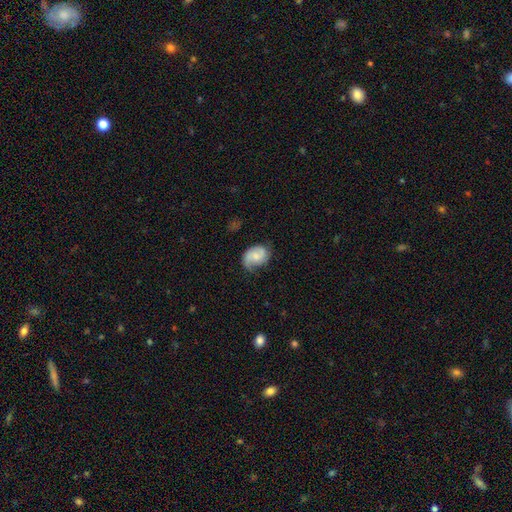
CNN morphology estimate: This appears to be a featured or disk galaxy (55%) with no bar (59%), spiral arms (90%) and a small central bulge (43%). Merging: none (58%).